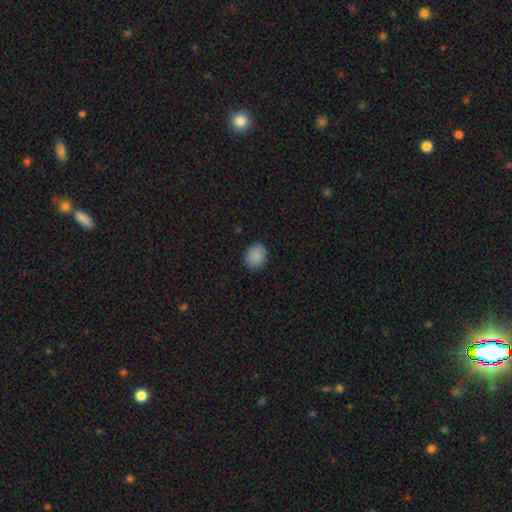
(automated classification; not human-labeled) smooth-or-featured: smooth: 88% | star or artifact: 8% | featured or disk: 3%
  how-rounded: round: 62% | in between: 38% | cigar-shaped: 1%
  merging: none: 86% | minor disturbance: 11% | major disturbance: 2% | merger: 1%